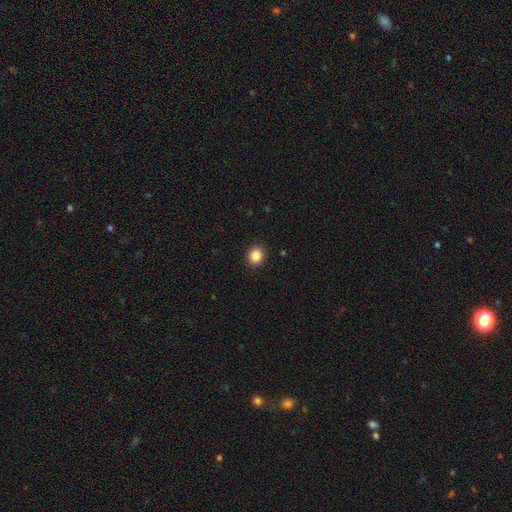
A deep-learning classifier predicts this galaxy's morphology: The model was most divided on "how rounded": round: 80%, in between: 19%, cigar-shaped: 1%. More confident: merging — none (92%); smooth or featured — smooth (86%).